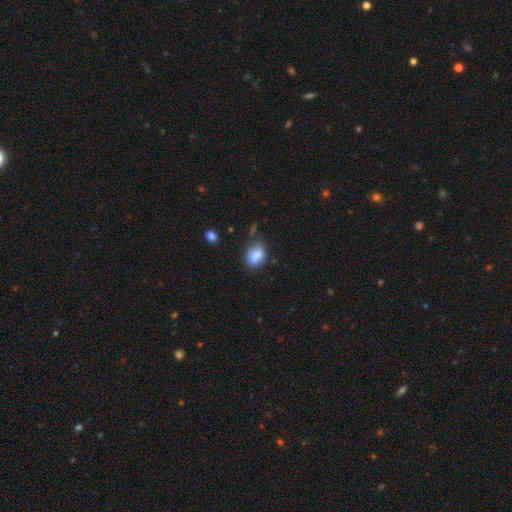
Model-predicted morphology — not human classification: This appears to be a smooth galaxy with no disk features (80%) that is in between round and cigar-shaped (75%). Merging: none (53%).